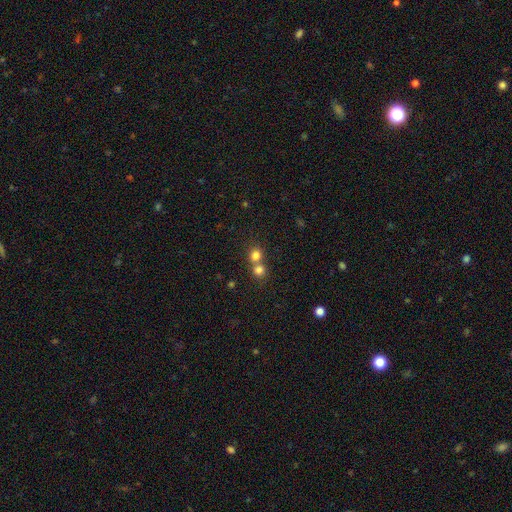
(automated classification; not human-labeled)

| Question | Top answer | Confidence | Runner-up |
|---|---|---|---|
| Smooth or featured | smooth | 79% | star or artifact (14%) |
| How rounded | round | 86% | in between (13%) |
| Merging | merger | 49% | none (44%) |